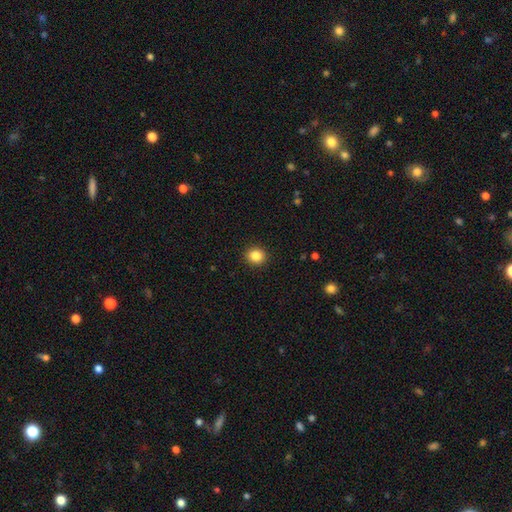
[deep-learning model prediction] This is clearly a smooth galaxy (85%). How rounded: clearly round (83%). Merging: clearly none (92%).